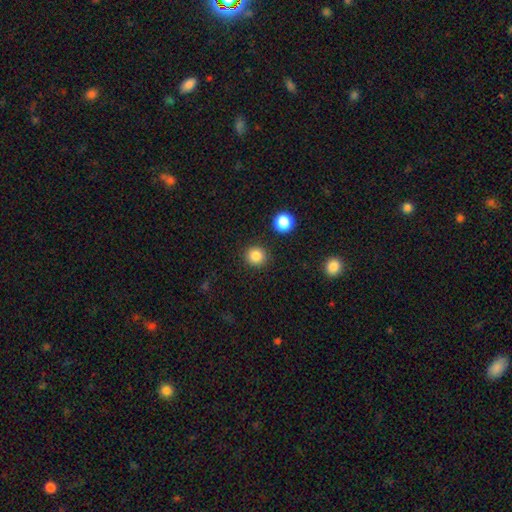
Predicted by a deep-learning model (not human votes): Q: Smooth or featured?
A: smooth (85%); runner-up: star or artifact (11%)
Q: How rounded?
A: round (92%); runner-up: in between (7%)
Q: Merging?
A: none (90%); runner-up: minor disturbance (6%)